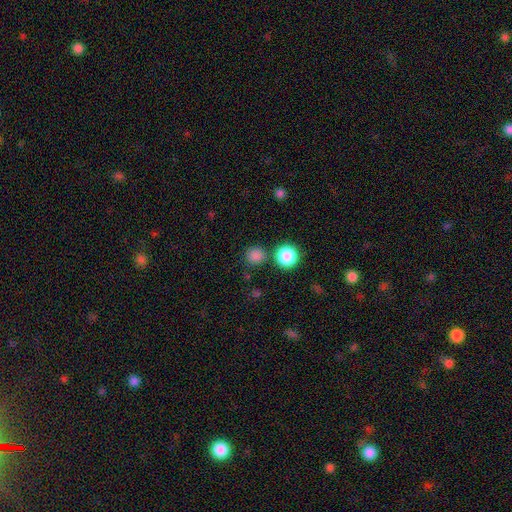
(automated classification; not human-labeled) A smooth galaxy with no disk features (83%) that is round (92%). Merging: none (77%).